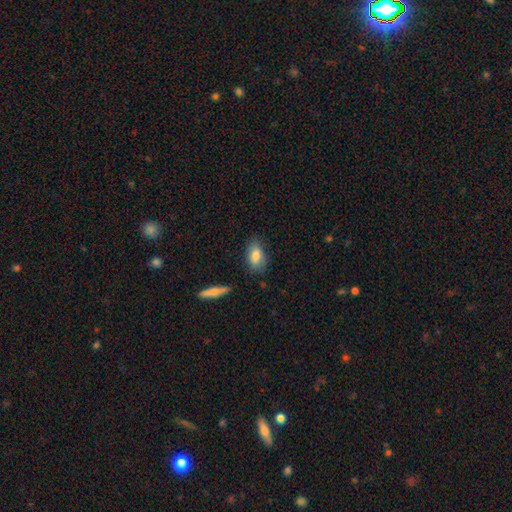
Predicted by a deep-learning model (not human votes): Overall: smooth (81%). How rounded: in between (89%). Merging: none (77%).